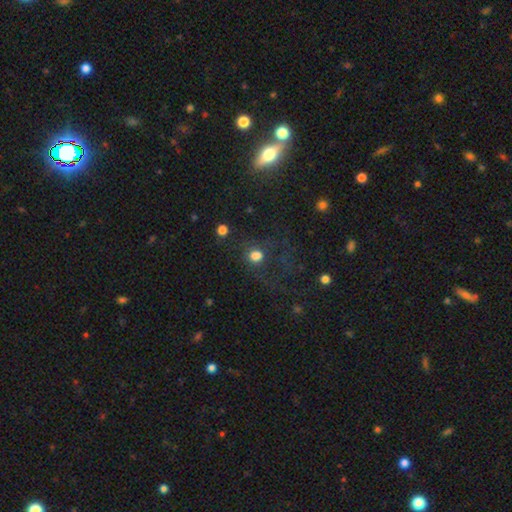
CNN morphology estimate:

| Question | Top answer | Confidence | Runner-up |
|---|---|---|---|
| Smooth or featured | smooth | 68% | star or artifact (22%) |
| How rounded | round | 78% | in between (20%) |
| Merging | none | 56% | major disturbance (18%) |